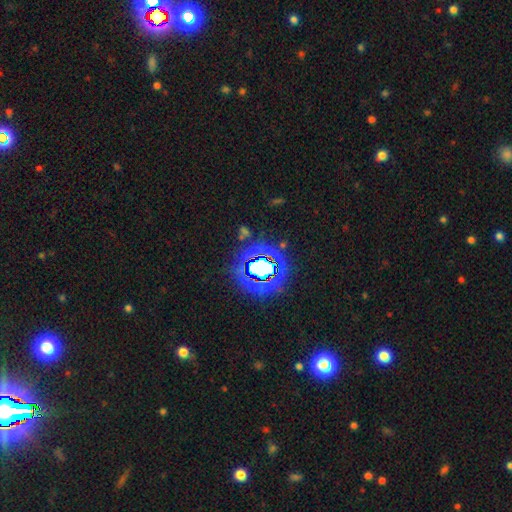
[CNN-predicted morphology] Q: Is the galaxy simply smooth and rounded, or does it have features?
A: star or artifact — 78%.